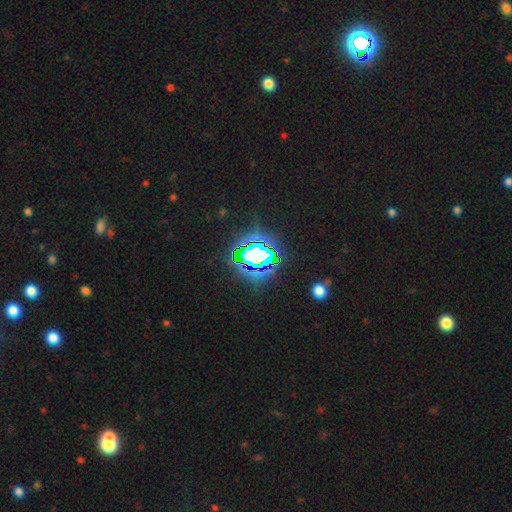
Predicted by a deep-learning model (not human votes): Smooth or featured? Predicted: star or artifact (p=0.75).